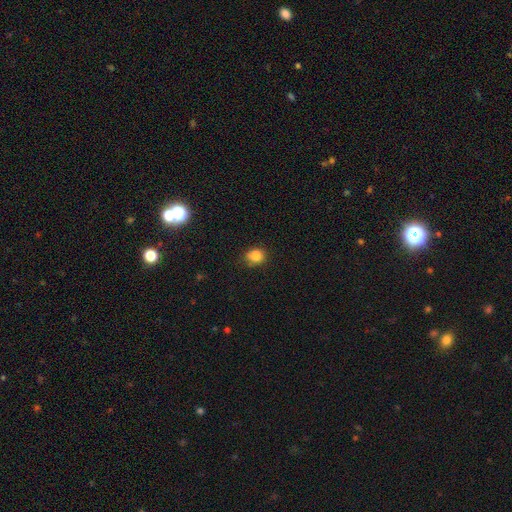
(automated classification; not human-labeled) The model was most divided on "how rounded": round: 73%, in between: 26%, cigar-shaped: 1%. More confident: smooth or featured — smooth (83%); merging — none (71%).